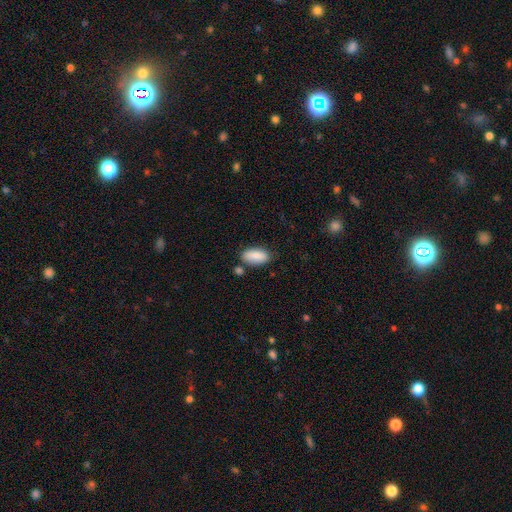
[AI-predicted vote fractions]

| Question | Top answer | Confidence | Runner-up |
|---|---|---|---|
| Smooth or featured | smooth | 87% | star or artifact (7%) |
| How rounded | in between | 91% | cigar-shaped (6%) |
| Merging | none | 72% | minor disturbance (16%) |